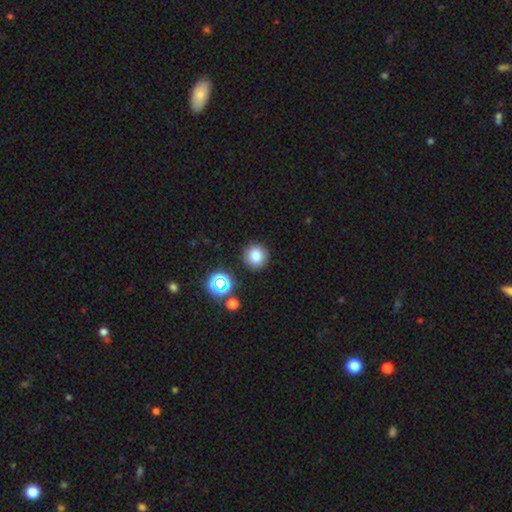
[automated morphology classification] A smooth galaxy with no disk features (80%) that is round (94%). Merging: none (88%).